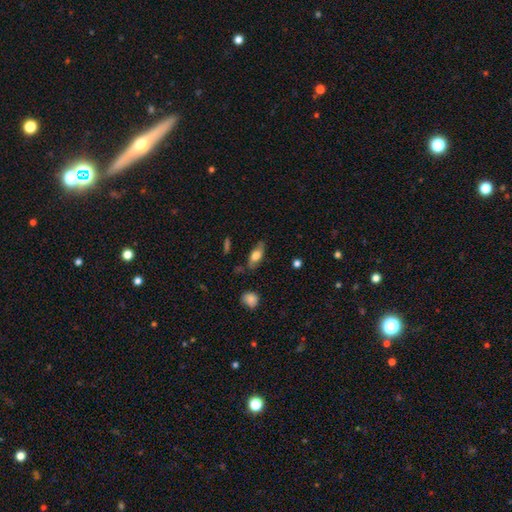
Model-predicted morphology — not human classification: A smooth galaxy with no disk features (63%) that is in between round and cigar-shaped (75%).

Vote fractions:
- Smooth or featured? smooth: 63% / featured or disk: 30% / star or artifact: 7%
- How rounded? in between: 75% / cigar-shaped: 19% / round: 5%
- Merging? none: 73% / minor disturbance: 20% / major disturbance: 5% / merger: 2%